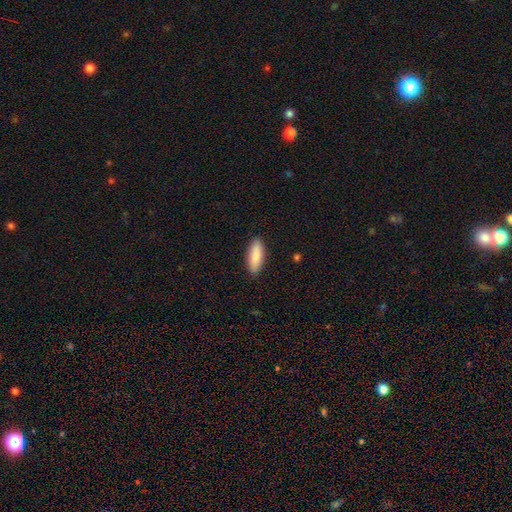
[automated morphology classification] A smooth galaxy with no disk features (89%) that is in between round and cigar-shaped (67%).

Vote fractions:
- Smooth or featured? smooth: 89% / featured or disk: 6% / star or artifact: 5%
- How rounded? in between: 67% / cigar-shaped: 31% / round: 2%
- Merging? none: 90% / minor disturbance: 8% / major disturbance: 2% / merger: 1%